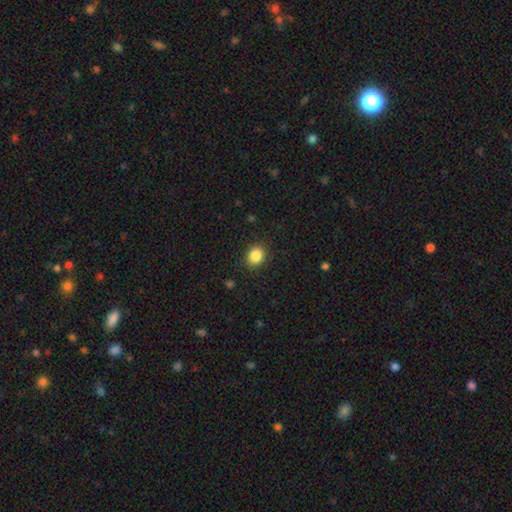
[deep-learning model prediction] Morphology: type=smooth (86%); roundness=round (65%); merging=none (88%).